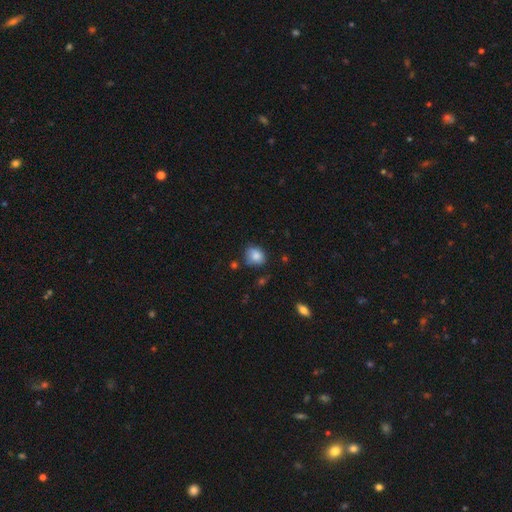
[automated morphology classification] smooth_or_featured: smooth (p=0.82) [alt: star or artifact p=0.09]
how_rounded: round (p=0.59) [alt: in between p=0.40]
merging: none (p=0.64) [alt: minor disturbance p=0.26]